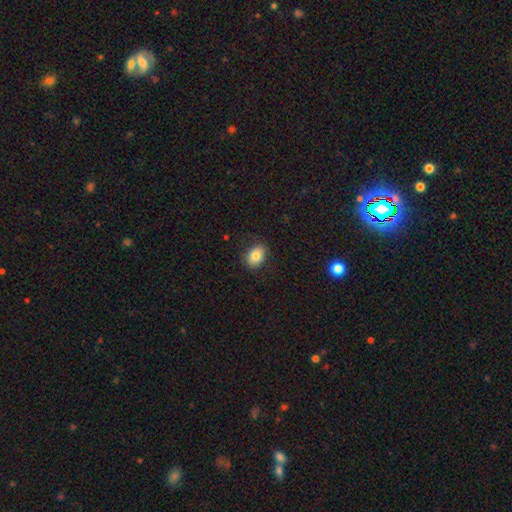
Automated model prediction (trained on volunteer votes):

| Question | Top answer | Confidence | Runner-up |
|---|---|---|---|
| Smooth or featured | smooth | 81% | featured or disk (10%) |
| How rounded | in between | 77% | round (22%) |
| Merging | none | 85% | minor disturbance (12%) |